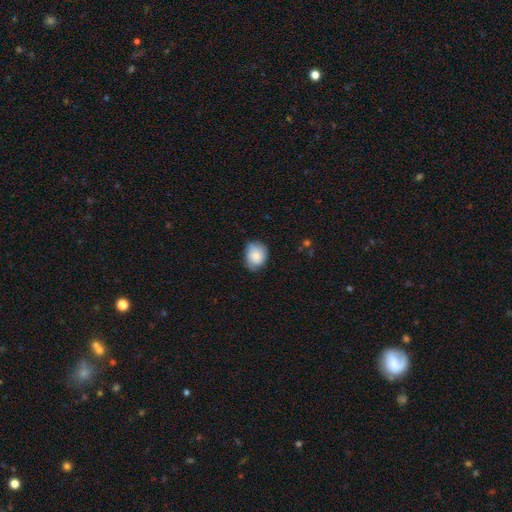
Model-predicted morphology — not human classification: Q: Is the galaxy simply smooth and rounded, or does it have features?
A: smooth — 81%.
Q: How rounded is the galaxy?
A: round — 58%.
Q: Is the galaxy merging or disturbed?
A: none — 64%.